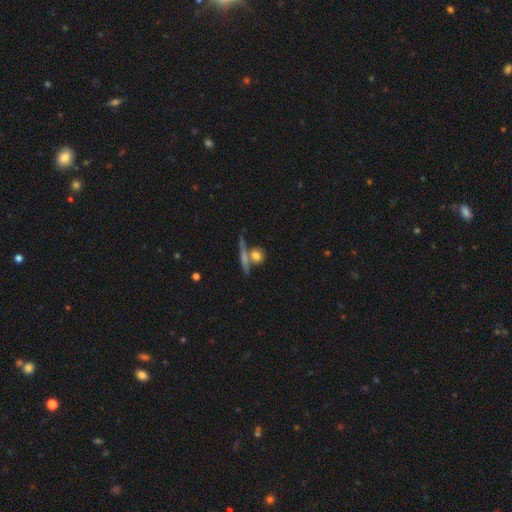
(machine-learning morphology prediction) The model was most divided on "merging": none: 53%, merger: 31%, minor disturbance: 10%, major disturbance: 5%. More confident: smooth or featured — smooth (67%); how rounded — round (61%).